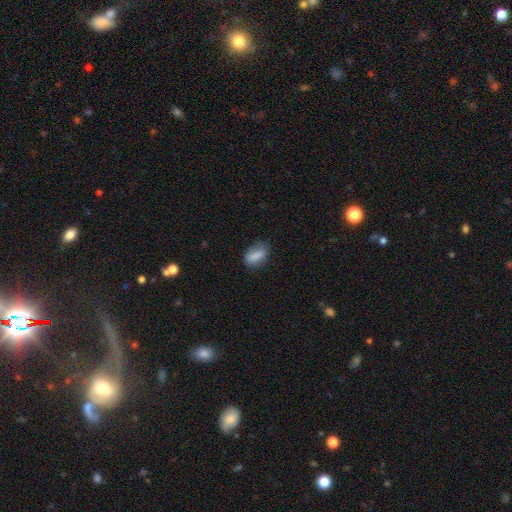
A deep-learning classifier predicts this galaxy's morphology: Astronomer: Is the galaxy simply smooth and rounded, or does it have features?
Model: smooth — 83%.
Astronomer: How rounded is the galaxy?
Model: in between — 85%.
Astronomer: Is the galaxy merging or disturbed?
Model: none — 71%.